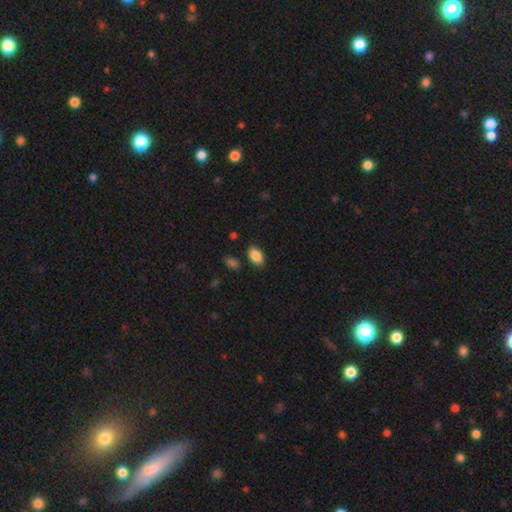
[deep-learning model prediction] smooth_or_featured: smooth (p=0.88) [alt: star or artifact p=0.07]
how_rounded: in between (p=0.92) [alt: round p=0.06]
merging: none (p=0.85) [alt: minor disturbance p=0.10]